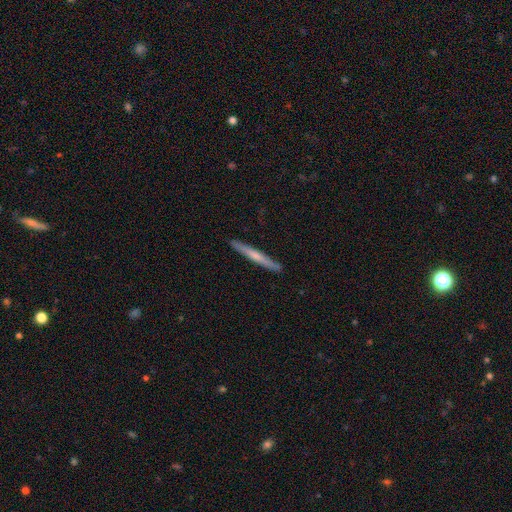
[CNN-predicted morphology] This appears to be a smooth galaxy with no disk features (49%). Merging: none (91%).